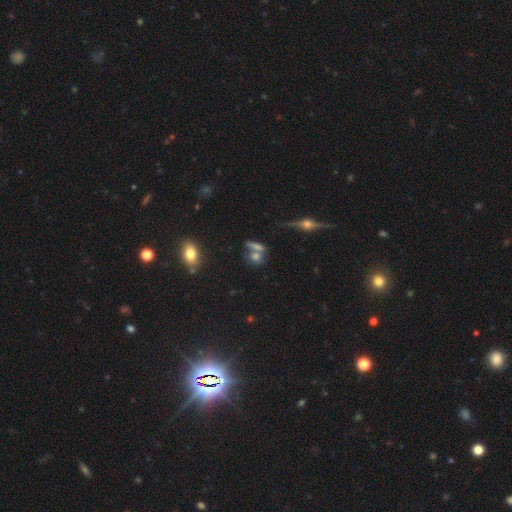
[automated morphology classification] A smooth galaxy with no disk features (57%) that is round (58%). Merging: none (52%).